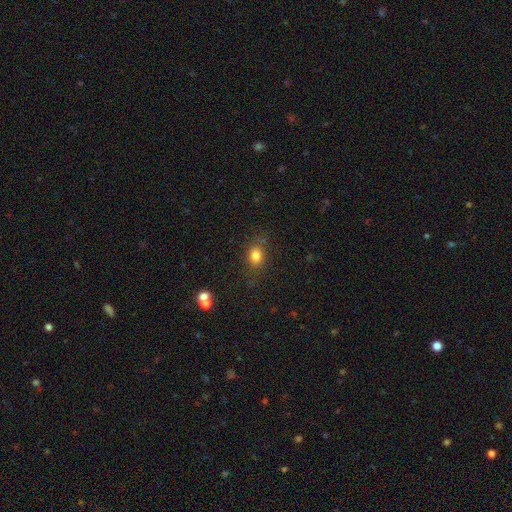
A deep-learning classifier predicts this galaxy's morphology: This is clearly a smooth galaxy (80%). How rounded: possibly in between (53%). Merging: likely none (75%).